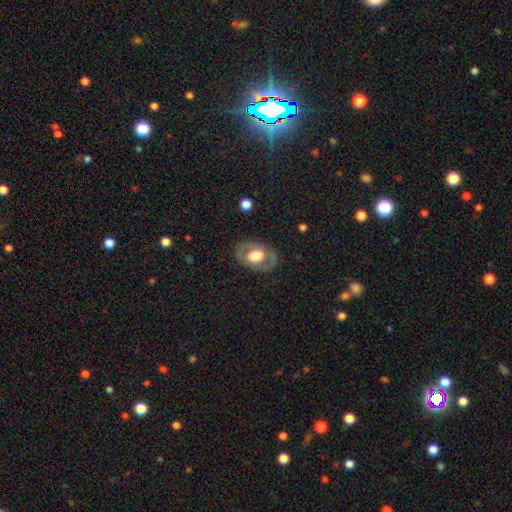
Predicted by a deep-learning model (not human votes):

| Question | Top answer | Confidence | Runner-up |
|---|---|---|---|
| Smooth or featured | featured or disk | 55% | smooth (39%) |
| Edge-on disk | no | 91% | yes (9%) |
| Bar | no | 76% | weak (18%) |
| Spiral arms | no | 72% | yes (28%) |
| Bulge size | large | 53% | moderate (36%) |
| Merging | none | 79% | minor disturbance (13%) |